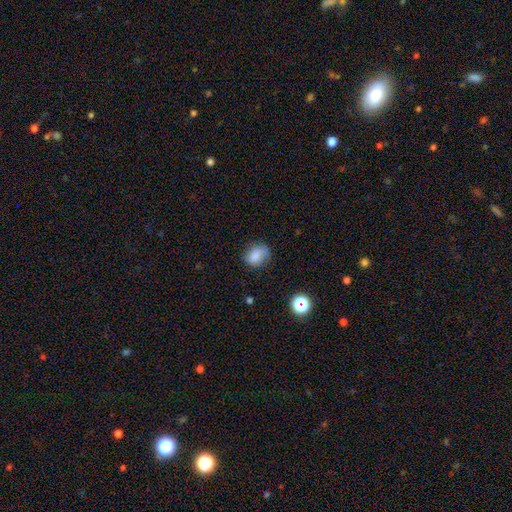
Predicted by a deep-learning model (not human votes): Smooth or featured? smooth (81%)
How rounded? in between (54%)
Merging? none (64%)